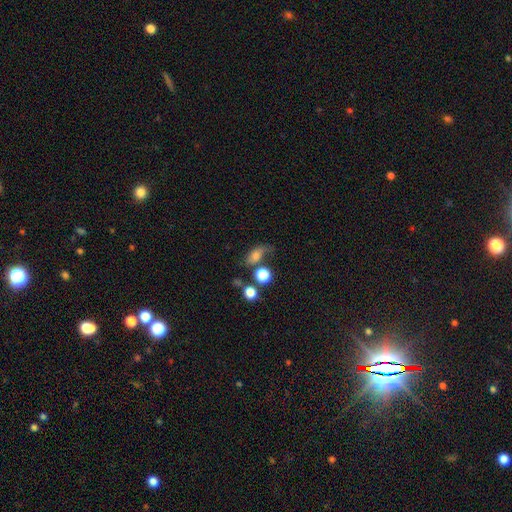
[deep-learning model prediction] Smooth or featured?
  - smooth: 63% *
  - featured or disk: 23%
  - star or artifact: 14%
How rounded?
  - in between: 68% *
  - round: 27%
  - cigar-shaped: 5%
Merging?
  - none: 41% *
  - minor disturbance: 24%
  - major disturbance: 21%
  - merger: 14%